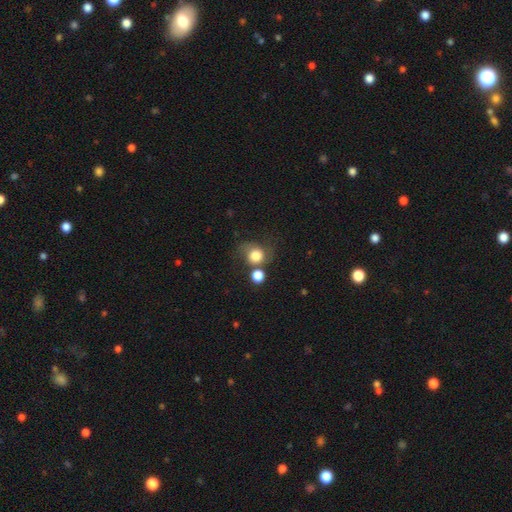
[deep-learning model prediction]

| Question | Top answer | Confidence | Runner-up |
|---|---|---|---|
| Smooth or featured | smooth | 76% | featured or disk (13%) |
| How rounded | round | 75% | in between (24%) |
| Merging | none | 46% | merger (20%) |